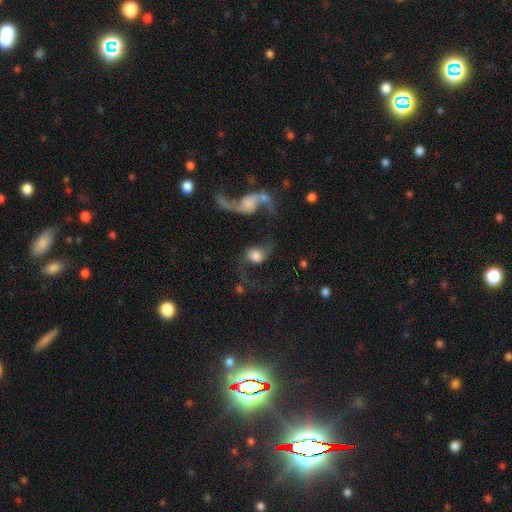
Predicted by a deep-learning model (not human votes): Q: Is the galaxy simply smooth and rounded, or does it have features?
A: featured or disk — 62%.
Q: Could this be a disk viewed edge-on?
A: no — 95%.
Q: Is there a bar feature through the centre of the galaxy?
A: no — 63%.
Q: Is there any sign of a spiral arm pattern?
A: yes — 87%.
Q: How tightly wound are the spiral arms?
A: loose — 83%.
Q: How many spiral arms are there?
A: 2 — 82%.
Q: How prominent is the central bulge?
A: large — 34%.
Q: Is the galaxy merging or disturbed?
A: none — 38%.